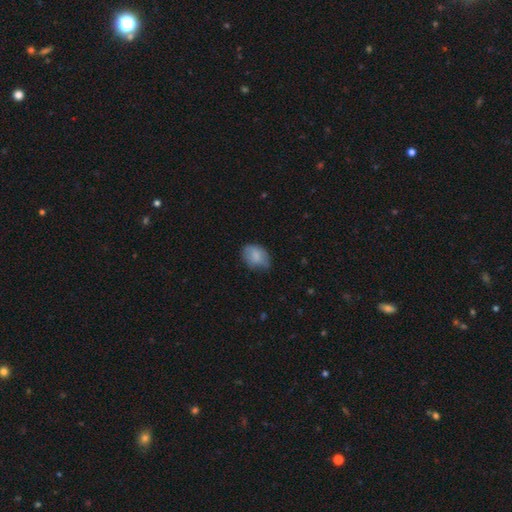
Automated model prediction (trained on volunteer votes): smooth-or-featured: smooth: 79% | featured or disk: 13% | star or artifact: 8%
  how-rounded: in between: 73% | round: 25% | cigar-shaped: 1%
  merging: none: 57% | minor disturbance: 34% | major disturbance: 8% | merger: 1%